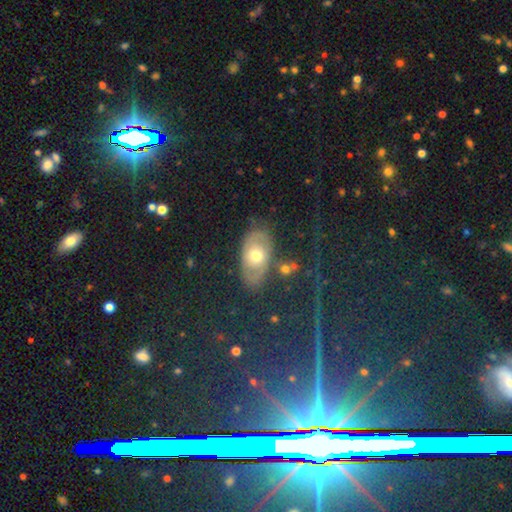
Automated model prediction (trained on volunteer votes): Overall: smooth (48%; featured or disk 38%). Merging: none (70%).